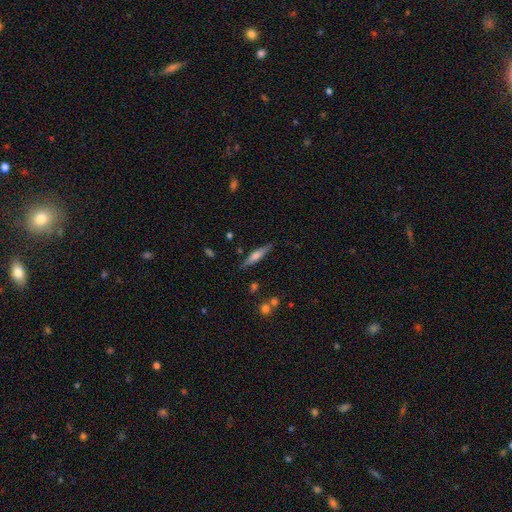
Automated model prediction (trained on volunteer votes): The model was most divided on "smooth or featured": smooth: 47%, featured or disk: 46%, star or artifact: 7%. More confident: merging — none (85%).